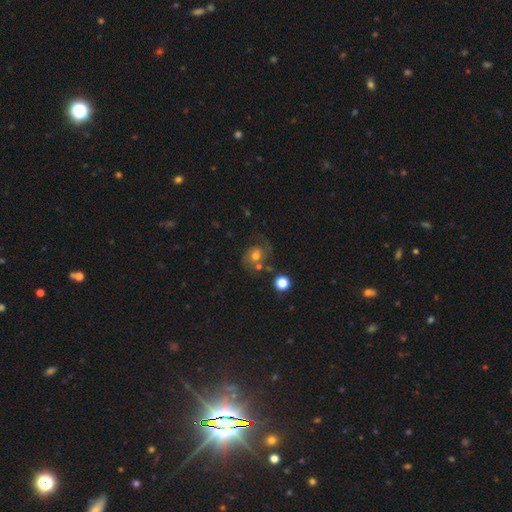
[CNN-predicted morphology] smooth-or-featured: featured or disk: 46% | smooth: 41% | star or artifact: 14%
  merging: none: 48% | minor disturbance: 20% | major disturbance: 17% | merger: 15%